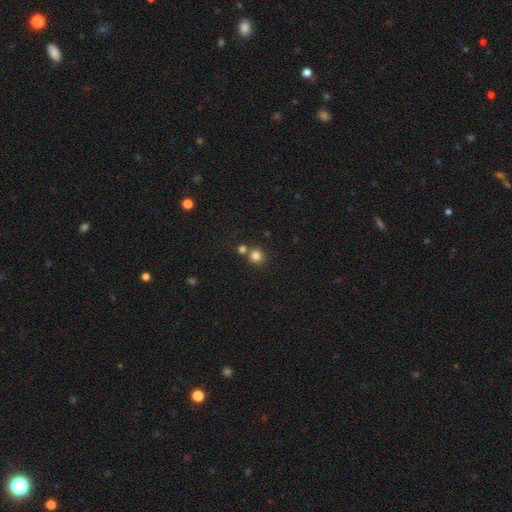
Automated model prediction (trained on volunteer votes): smooth_or_featured: smooth (p=0.81) [alt: star or artifact p=0.13]
how_rounded: round (p=0.90) [alt: in between p=0.09]
merging: none (p=0.64) [alt: merger p=0.26]